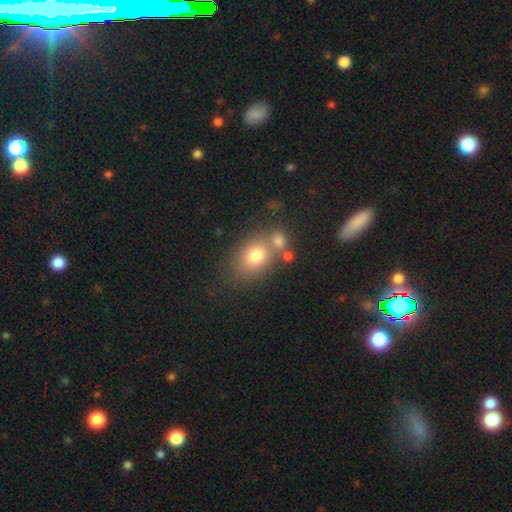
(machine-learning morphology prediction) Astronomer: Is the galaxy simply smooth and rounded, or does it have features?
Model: smooth — 75%.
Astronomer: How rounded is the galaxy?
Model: in between — 63%.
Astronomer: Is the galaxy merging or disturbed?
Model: none — 57%.